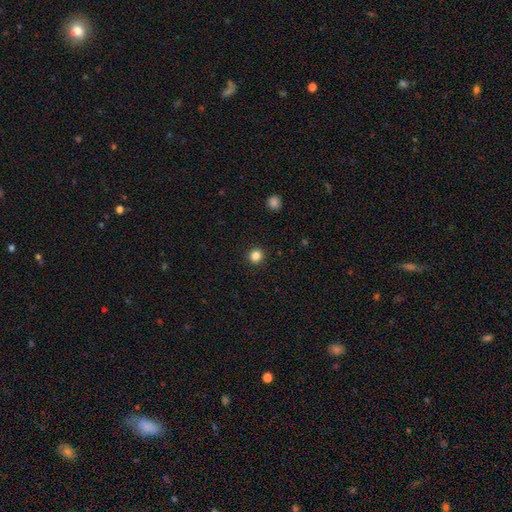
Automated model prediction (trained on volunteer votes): smooth 84%, star or artifact 12%, featured or disk 4%. Down the decision tree: how rounded — round (90%); merging — none (92%).